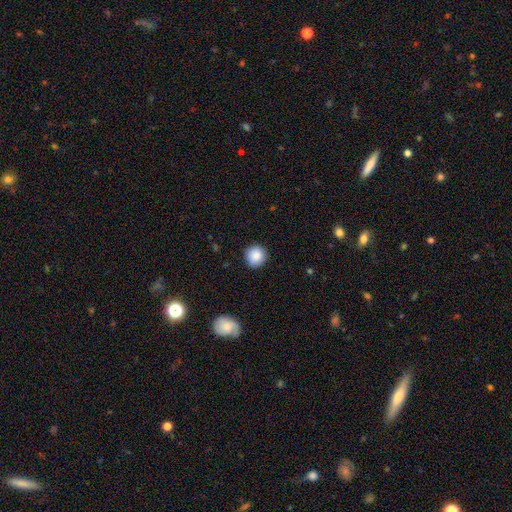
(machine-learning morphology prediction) smooth-or-featured: smooth: 88% | star or artifact: 8% | featured or disk: 4%
  how-rounded: round: 93% | in between: 6% | cigar-shaped: 1%
  merging: none: 90% | minor disturbance: 7% | major disturbance: 2% | merger: 1%